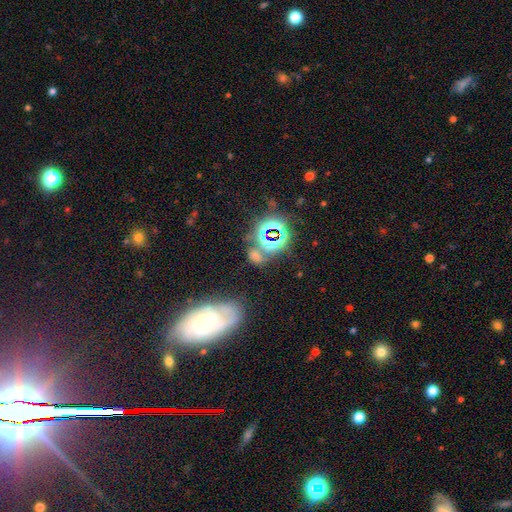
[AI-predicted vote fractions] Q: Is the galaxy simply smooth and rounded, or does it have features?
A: star or artifact — 48%.